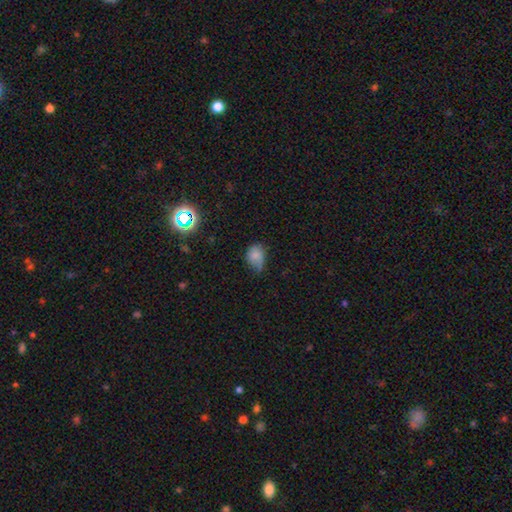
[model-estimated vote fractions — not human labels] smooth_or_featured: smooth (p=0.76) [alt: star or artifact p=0.12]
how_rounded: in between (p=0.65) [alt: round p=0.33]
merging: minor disturbance (p=0.44) [alt: none p=0.39]